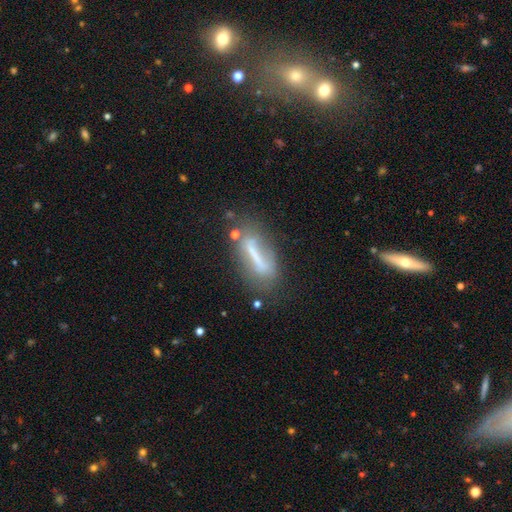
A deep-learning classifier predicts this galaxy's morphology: Overall: featured or disk (49%; smooth 40%). Merging: none (52%; minor disturbance 23%).